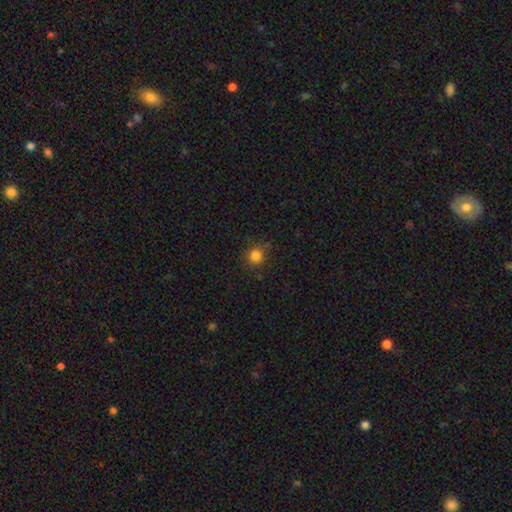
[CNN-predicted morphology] This is clearly a smooth galaxy (82%). How rounded: clearly round (92%). Merging: clearly none (83%).